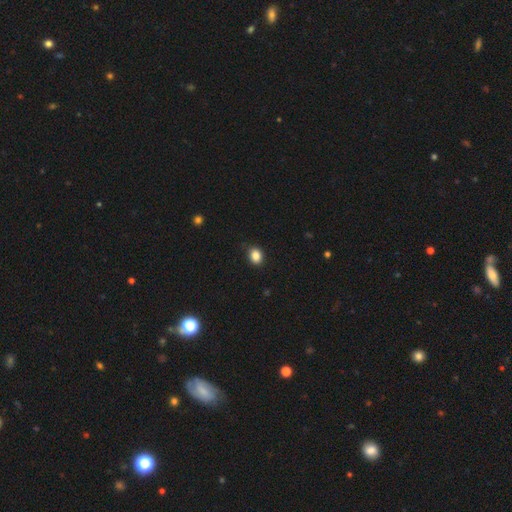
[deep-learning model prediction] Morphology: type=smooth (86%); roundness=in between (51%); merging=none (84%).